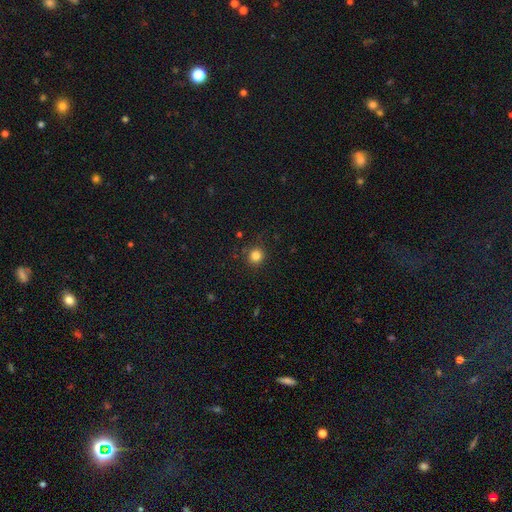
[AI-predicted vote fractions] Smooth or featured?
  - smooth: 83% *
  - star or artifact: 13%
  - featured or disk: 4%
How rounded?
  - round: 92% *
  - in between: 7%
  - cigar-shaped: 1%
Merging?
  - none: 89% *
  - minor disturbance: 8%
  - major disturbance: 2%
  - merger: 1%